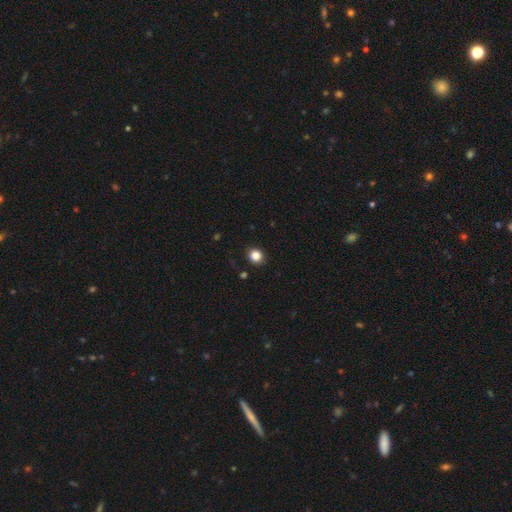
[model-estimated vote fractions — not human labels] Smooth or featured?
  - smooth: 84% *
  - star or artifact: 12%
  - featured or disk: 5%
How rounded?
  - round: 83% *
  - in between: 16%
  - cigar-shaped: 1%
Merging?
  - none: 91% *
  - minor disturbance: 6%
  - major disturbance: 2%
  - merger: 1%